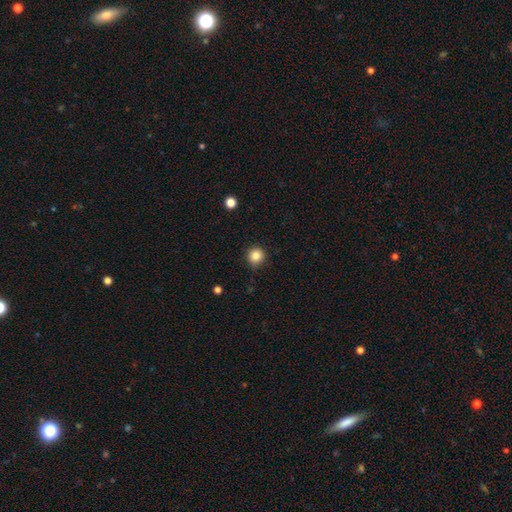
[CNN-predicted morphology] Smooth or featured? smooth (85%)
How rounded? round (94%)
Merging? none (87%)